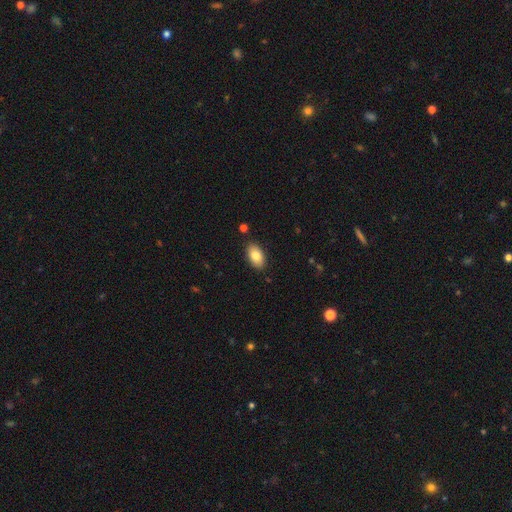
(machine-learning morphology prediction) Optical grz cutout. It shows a smooth galaxy with no disk features (81%) that is in between round and cigar-shaped (93%). Merging: none (87%).